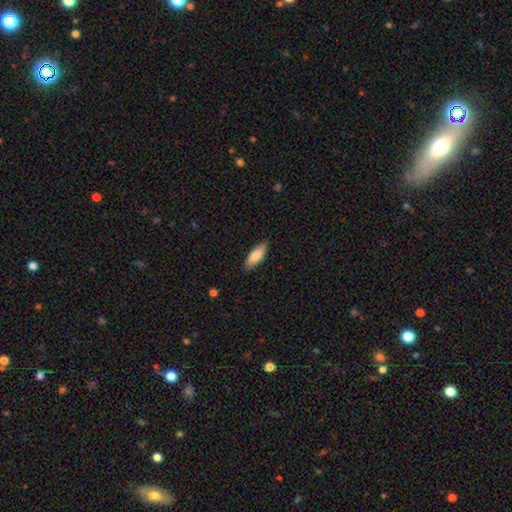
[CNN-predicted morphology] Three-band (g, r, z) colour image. It shows a smooth galaxy with no disk features (82%) that is in between round and cigar-shaped (70%). Merging: none (87%).